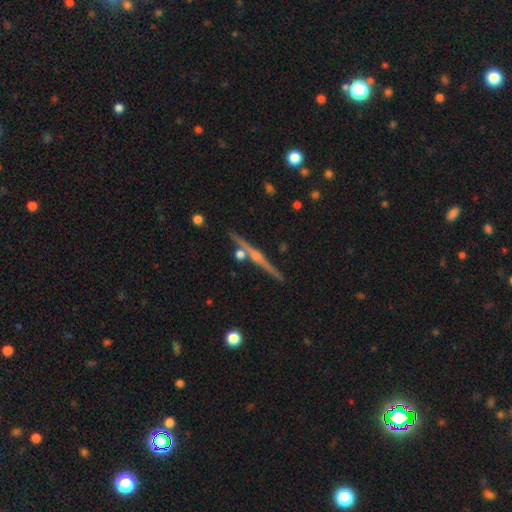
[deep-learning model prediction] featured or disk 80%, smooth 12%, star or artifact 7%. Down the decision tree: edge-on disk — yes (98%); edge-on bulge — rounded (85%); merging — none (85%).